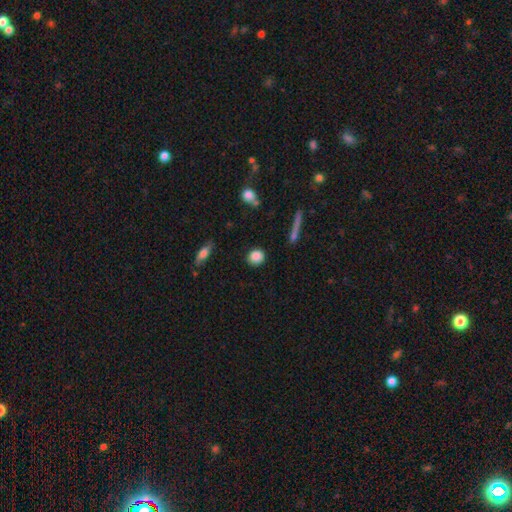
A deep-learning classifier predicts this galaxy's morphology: Smooth or featured? Predicted: smooth (p=0.86). How rounded? Predicted: round (p=0.80). Merging? Predicted: none (p=0.88).